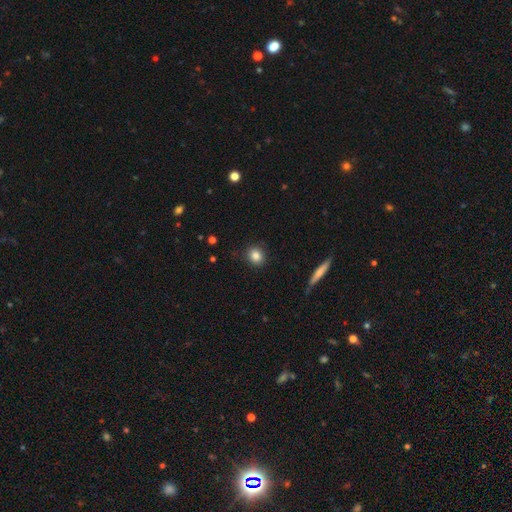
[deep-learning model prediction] The model was most divided on "how rounded": round: 77%, in between: 21%, cigar-shaped: 2%. More confident: merging — none (89%); smooth or featured — smooth (85%).